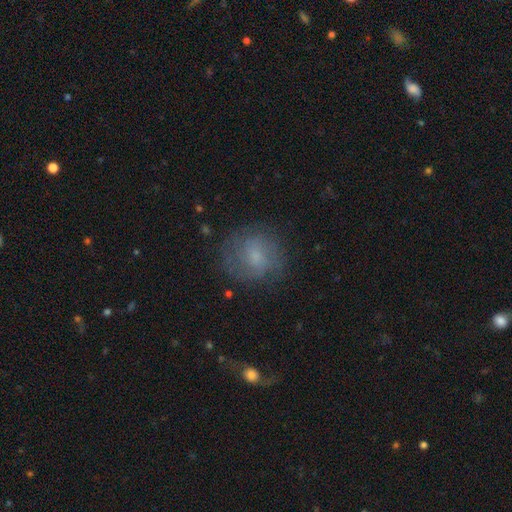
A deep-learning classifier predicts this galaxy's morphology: Smooth or featured?
  - smooth: 45% *
  - featured or disk: 44%
  - star or artifact: 11%
Merging?
  - none: 73% *
  - minor disturbance: 17%
  - major disturbance: 9%
  - merger: 1%